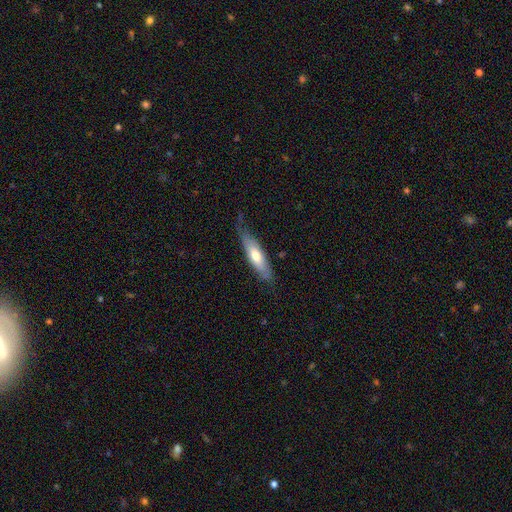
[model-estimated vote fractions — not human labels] A smooth galaxy with no disk features (59%) that is cigar-shaped (56%).

Vote fractions:
- Smooth or featured? smooth: 59% / featured or disk: 36% / star or artifact: 5%
- How rounded? cigar-shaped: 56% / in between: 42% / round: 2%
- Merging? none: 61% / minor disturbance: 28% / major disturbance: 9% / merger: 2%